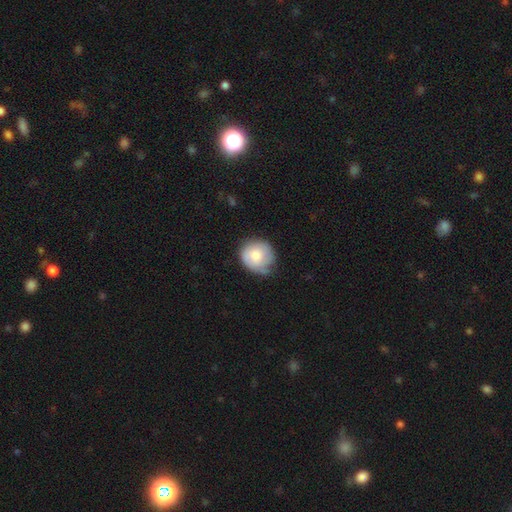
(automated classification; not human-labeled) The model was most divided on "merging": none: 56%, minor disturbance: 34%, major disturbance: 8%, merger: 2%. More confident: how rounded — round (84%); smooth or featured — smooth (72%).